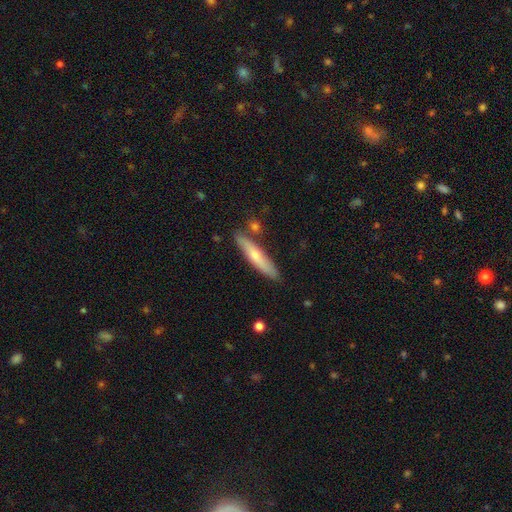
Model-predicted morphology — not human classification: type=smooth (56%); roundness=cigar-shaped (89%); merging=none (81%).